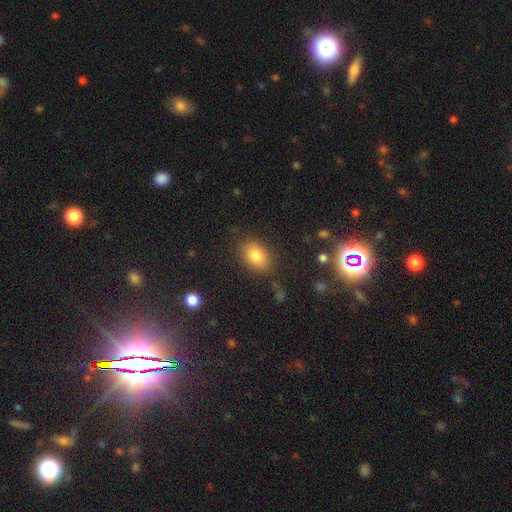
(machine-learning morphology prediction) smooth-or-featured: smooth: 81% | star or artifact: 10% | featured or disk: 9%
  how-rounded: in between: 80% | round: 18% | cigar-shaped: 1%
  merging: none: 83% | minor disturbance: 11% | major disturbance: 3% | merger: 2%